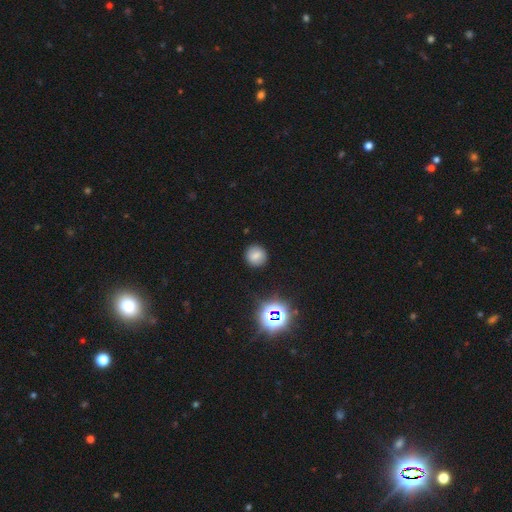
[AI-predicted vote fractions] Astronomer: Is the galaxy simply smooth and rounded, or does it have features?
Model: smooth — 72%.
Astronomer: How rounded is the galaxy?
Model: round — 89%.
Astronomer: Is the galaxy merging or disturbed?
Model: none — 89%.